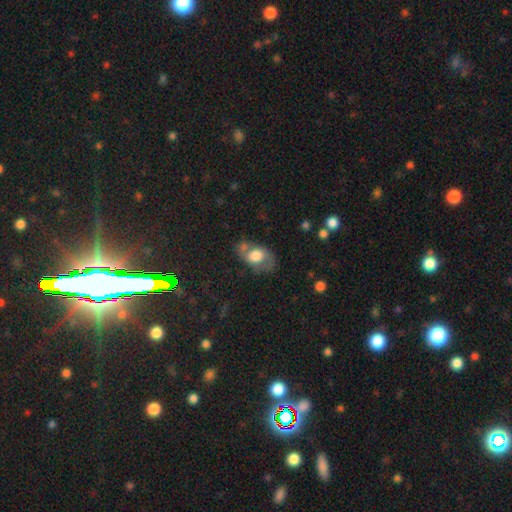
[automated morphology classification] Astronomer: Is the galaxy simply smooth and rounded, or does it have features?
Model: smooth — 59%.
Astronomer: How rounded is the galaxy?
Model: in between — 81%.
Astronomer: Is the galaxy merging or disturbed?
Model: none — 48% (runner-up: minor disturbance, 27%).